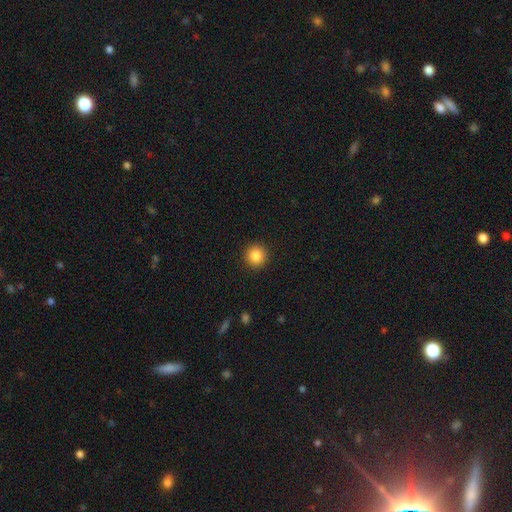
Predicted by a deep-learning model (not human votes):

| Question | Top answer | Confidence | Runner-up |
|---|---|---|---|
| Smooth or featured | smooth | 85% | star or artifact (10%) |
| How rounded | round | 94% | in between (5%) |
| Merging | none | 92% | minor disturbance (5%) |